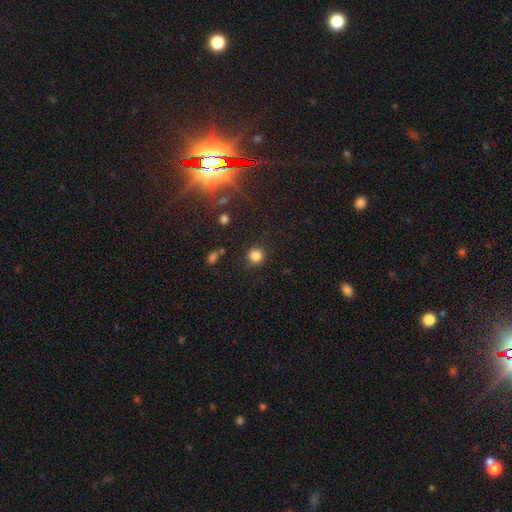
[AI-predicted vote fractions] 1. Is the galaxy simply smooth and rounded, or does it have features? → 83% smooth, 13% star or artifact, 4% featured or disk.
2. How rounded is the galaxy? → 92% round, 7% in between, 1% cigar-shaped.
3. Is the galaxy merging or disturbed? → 84% none, 10% minor disturbance, 3% major disturbance, 3% merger.